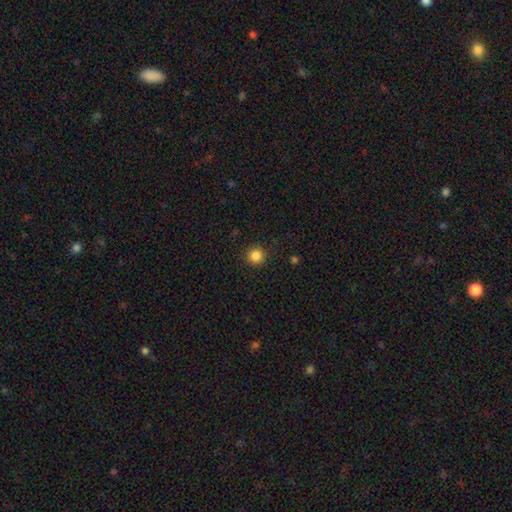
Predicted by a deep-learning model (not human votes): Smooth or featured: smooth — 85% (star or artifact — 11%)
How rounded: round — 94% (in between — 5%)
Merging: none — 90% (minor disturbance — 6%)